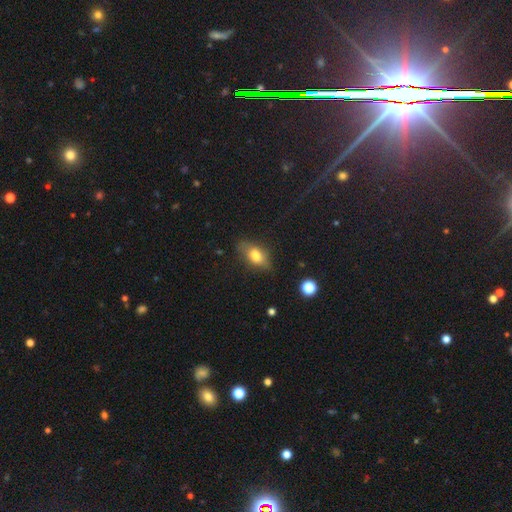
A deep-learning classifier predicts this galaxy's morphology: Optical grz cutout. It shows a smooth galaxy with no disk features (73%) that is in between round and cigar-shaped (82%). Merging: none (74%).